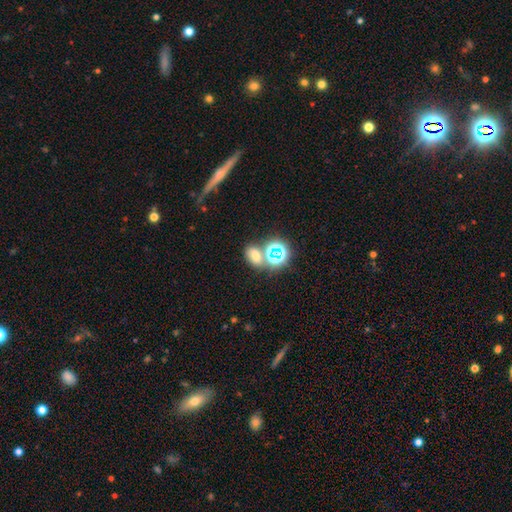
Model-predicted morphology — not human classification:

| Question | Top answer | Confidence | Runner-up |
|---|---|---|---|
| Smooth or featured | smooth | 58% | star or artifact (30%) |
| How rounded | in between | 70% | round (28%) |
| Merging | none | 55% | merger (29%) |